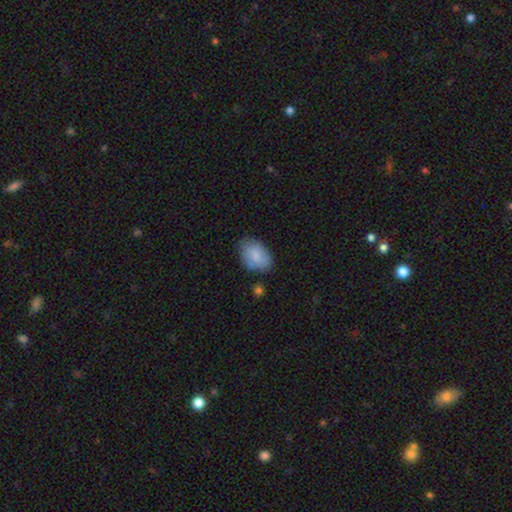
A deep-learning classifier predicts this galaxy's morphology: Q: Smooth or featured?
A: smooth (78%); runner-up: featured or disk (15%)
Q: How rounded?
A: in between (85%); runner-up: round (14%)
Q: Merging?
A: none (67%); runner-up: minor disturbance (23%)